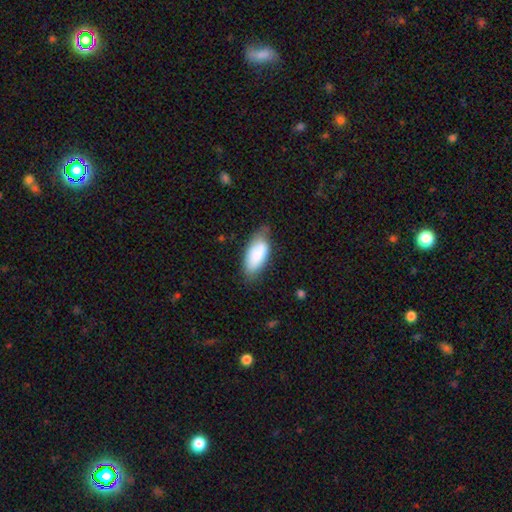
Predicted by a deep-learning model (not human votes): Smooth or featured: smooth — 80% (featured or disk — 13%)
How rounded: in between — 87% (cigar-shaped — 11%)
Merging: none — 59% (minor disturbance — 30%)